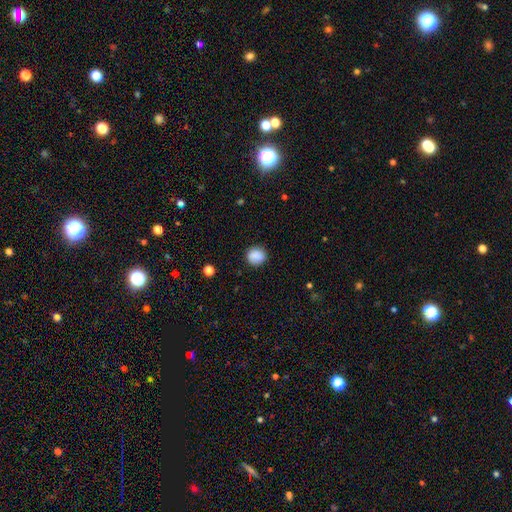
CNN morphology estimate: This is clearly a smooth galaxy (87%). How rounded: clearly round (84%). Merging: clearly none (85%).